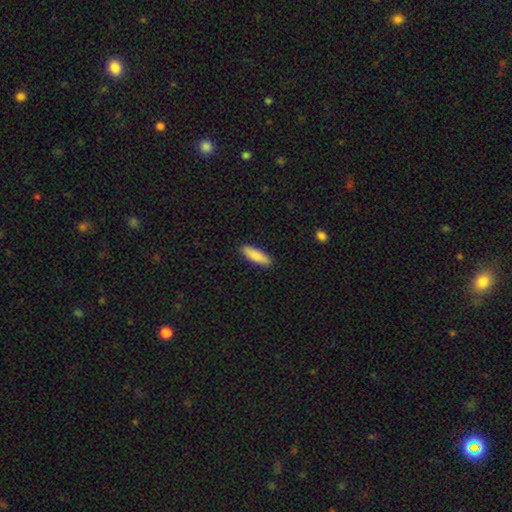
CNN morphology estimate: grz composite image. It shows a smooth galaxy with no disk features (87%) that is cigar-shaped (51%). Merging: none (90%).